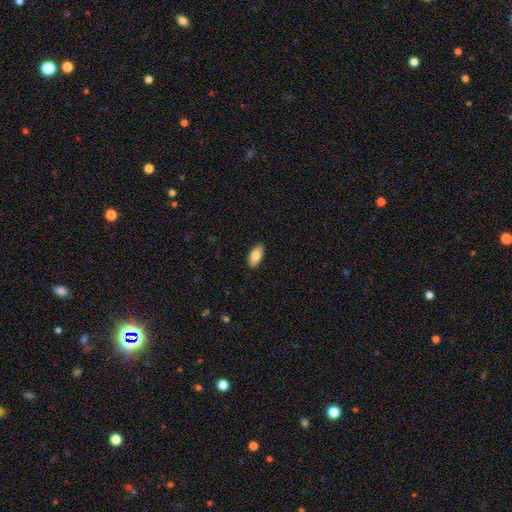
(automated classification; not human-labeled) The model was most divided on "smooth or featured": smooth: 82%, featured or disk: 11%, star or artifact: 6%. More confident: how rounded — in between (92%); merging — none (89%).